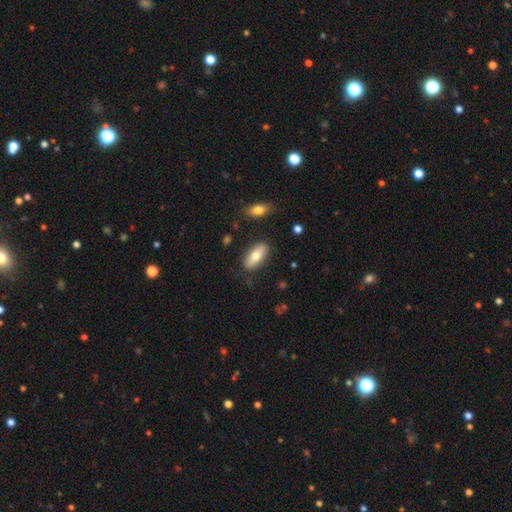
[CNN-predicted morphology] Overall: smooth (71%). How rounded: in between (80%). Merging: none (84%).